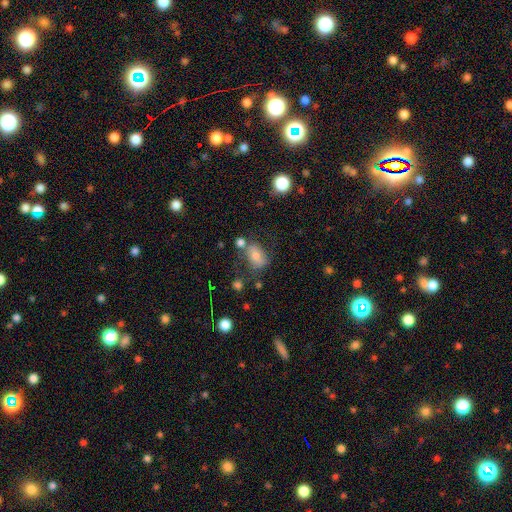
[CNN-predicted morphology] smooth-or-featured: smooth: 64% | featured or disk: 24% | star or artifact: 12%
  how-rounded: in between: 79% | round: 19% | cigar-shaped: 2%
  merging: none: 56% | minor disturbance: 21% | merger: 13% | major disturbance: 10%